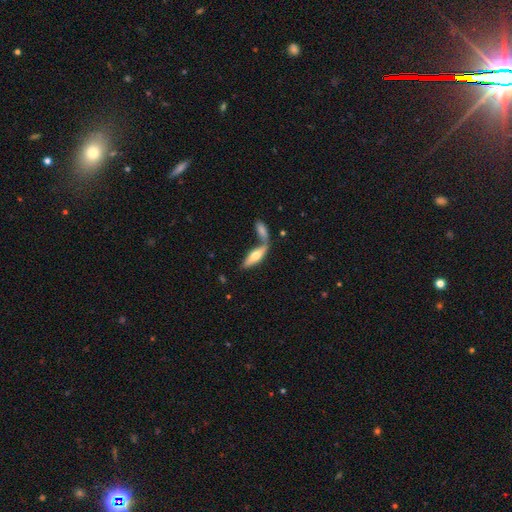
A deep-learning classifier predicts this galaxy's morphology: Q: Smooth or featured?
A: smooth (56%); runner-up: featured or disk (38%)
Q: How rounded?
A: cigar-shaped (49%); runner-up: in between (48%)
Q: Merging?
A: merger (45%); runner-up: none (39%)